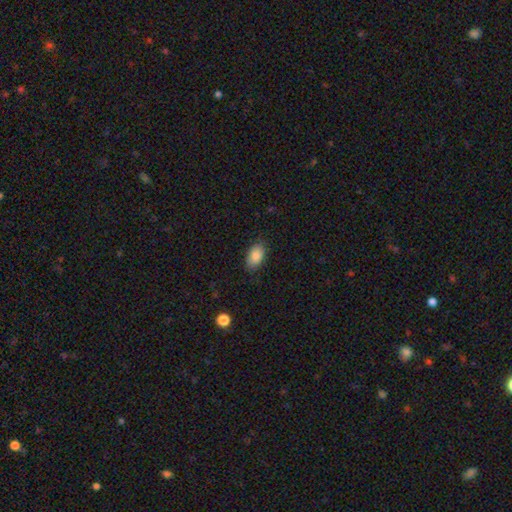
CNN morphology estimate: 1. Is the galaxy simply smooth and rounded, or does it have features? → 87% smooth, 7% star or artifact, 6% featured or disk.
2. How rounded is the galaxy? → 93% in between, 6% round, 2% cigar-shaped.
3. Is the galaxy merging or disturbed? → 82% none, 13% minor disturbance, 3% major disturbance, 1% merger.